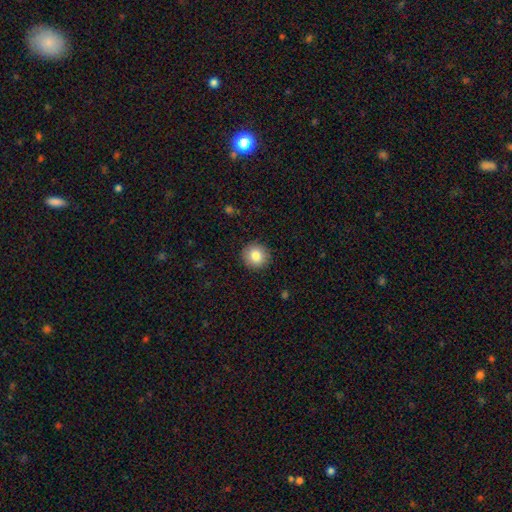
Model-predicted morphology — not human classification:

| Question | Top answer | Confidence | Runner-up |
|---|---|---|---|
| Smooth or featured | smooth | 83% | star or artifact (9%) |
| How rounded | round | 92% | in between (7%) |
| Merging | none | 91% | minor disturbance (6%) |